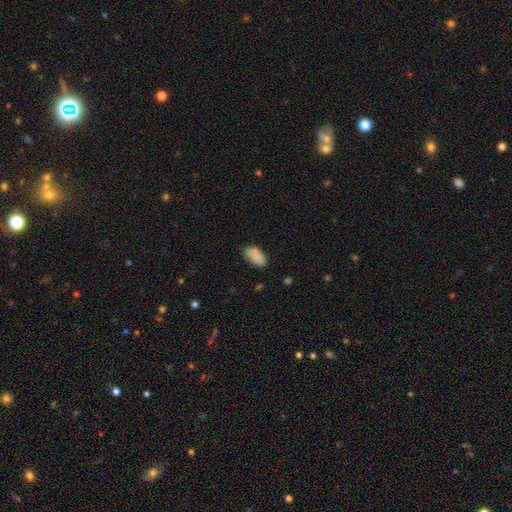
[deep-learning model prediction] A smooth galaxy with no disk features (85%) that is in between round and cigar-shaped (93%).

Vote fractions:
- Smooth or featured? smooth: 85% / star or artifact: 8% / featured or disk: 7%
- How rounded? in between: 93% / cigar-shaped: 4% / round: 3%
- Merging? none: 67% / minor disturbance: 23% / major disturbance: 6% / merger: 4%